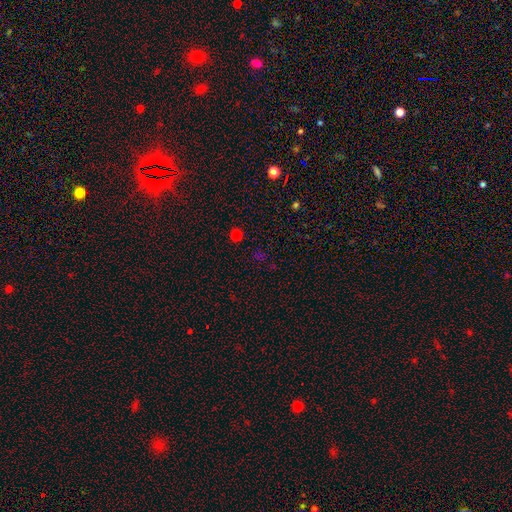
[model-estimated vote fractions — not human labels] This is possibly a star or artifact rather than a galaxy (51%).